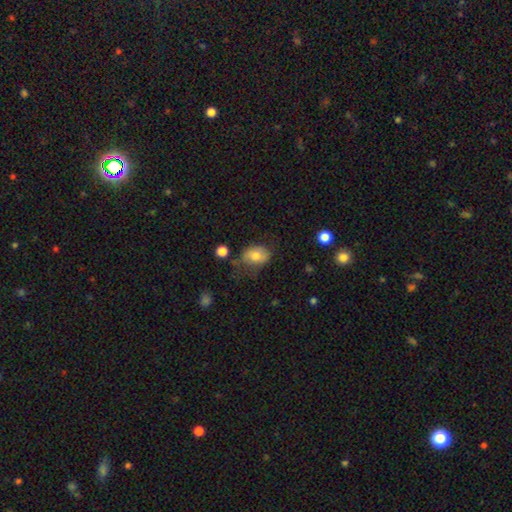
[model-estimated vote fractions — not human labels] A smooth galaxy with no disk features (72%) that is in between round and cigar-shaped (74%).

Vote fractions:
- Smooth or featured? smooth: 72% / featured or disk: 20% / star or artifact: 8%
- How rounded? in between: 74% / round: 25% / cigar-shaped: 1%
- Merging? none: 54% / minor disturbance: 30% / major disturbance: 13% / merger: 4%